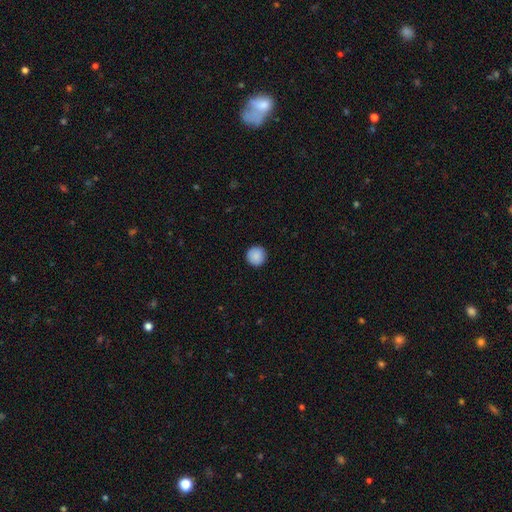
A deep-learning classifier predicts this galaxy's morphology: This appears to be a smooth galaxy with no disk features (89%) that is round (96%). Merging: none (93%).